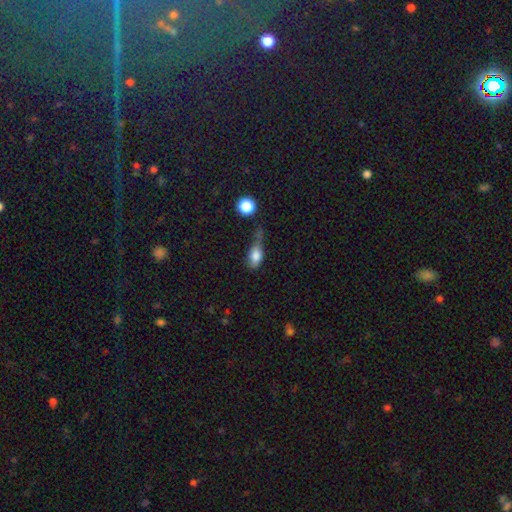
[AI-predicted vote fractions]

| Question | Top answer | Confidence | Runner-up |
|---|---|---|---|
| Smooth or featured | smooth | 77% | featured or disk (13%) |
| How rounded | in between | 74% | round (17%) |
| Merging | none | 28% | minor disturbance (26%) |